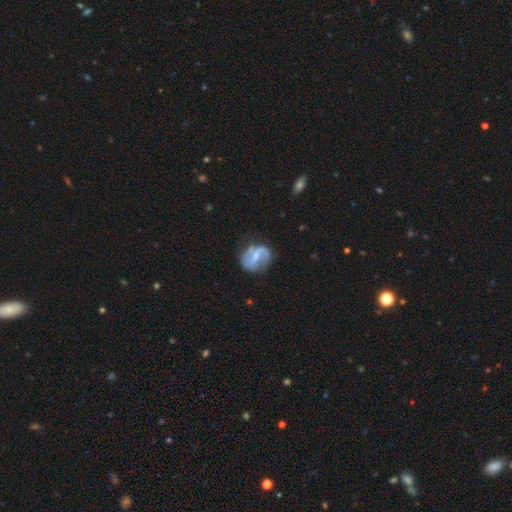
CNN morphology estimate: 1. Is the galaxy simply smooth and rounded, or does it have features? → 76% featured or disk, 18% smooth, 6% star or artifact.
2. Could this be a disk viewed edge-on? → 97% no, 3% yes.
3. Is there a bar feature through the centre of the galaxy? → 49% weak, 33% strong, 18% no.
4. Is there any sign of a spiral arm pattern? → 87% yes, 13% no.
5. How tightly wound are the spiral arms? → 47% loose, 39% medium, 14% tight.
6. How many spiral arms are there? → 83% 2, 7% 1, 7% can't tell, 1% 3, 1% 4, 1% more than 4.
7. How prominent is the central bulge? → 47% small, 31% moderate, 19% none, 2% large, 1% dominant.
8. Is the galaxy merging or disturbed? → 64% none, 22% minor disturbance, 12% major disturbance, 2% merger.